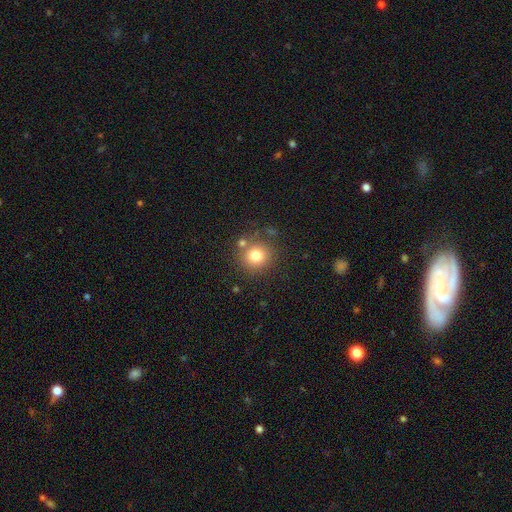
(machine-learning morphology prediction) Smooth or featured: smooth — 78% (star or artifact — 13%)
How rounded: round — 91% (in between — 8%)
Merging: none — 77% (minor disturbance — 10%)